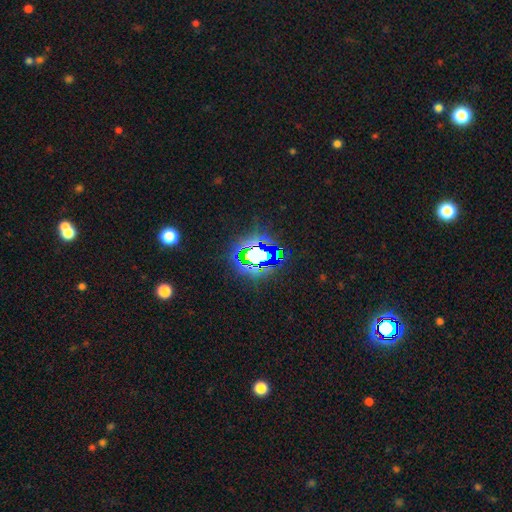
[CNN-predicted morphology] Smooth or featured: star or artifact — 66% (smooth — 20%)